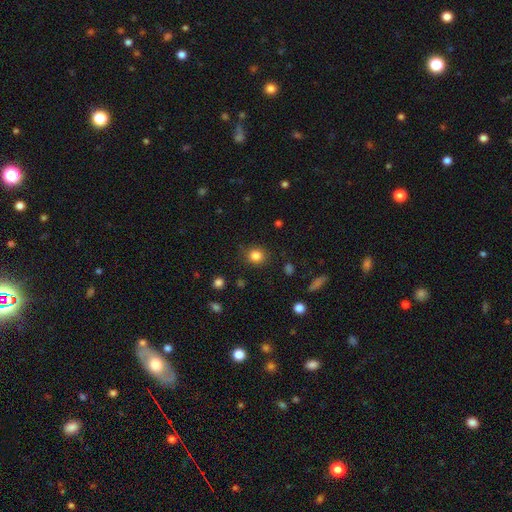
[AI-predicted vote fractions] This is clearly a smooth galaxy (84%). How rounded: clearly round (82%). Merging: clearly none (86%).